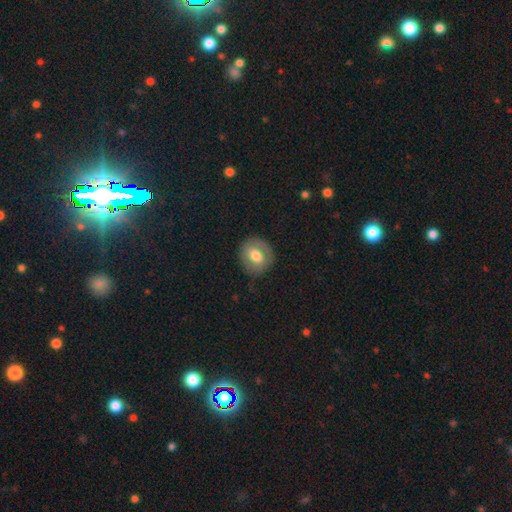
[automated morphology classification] Q: Smooth or featured?
A: smooth (62%); runner-up: featured or disk (31%)
Q: How rounded?
A: round (73%); runner-up: in between (26%)
Q: Merging?
A: none (79%); runner-up: minor disturbance (15%)